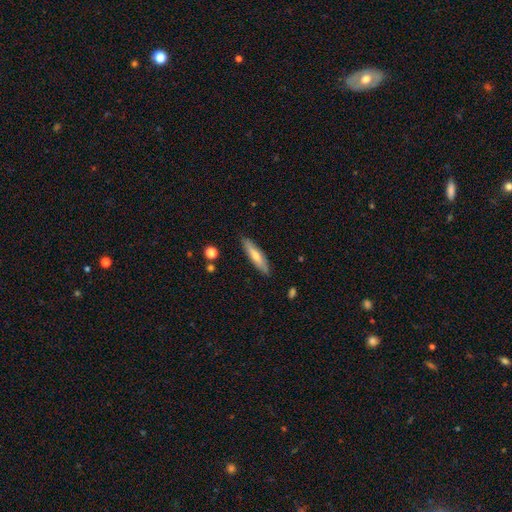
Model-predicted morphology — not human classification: A smooth galaxy with no disk features (62%) that is cigar-shaped (78%). Merging: none (86%).